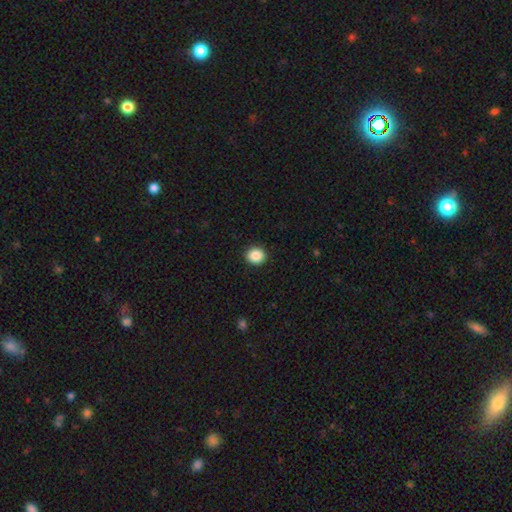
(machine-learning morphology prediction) smooth-or-featured: smooth: 88% | star or artifact: 9% | featured or disk: 3%
  how-rounded: round: 84% | in between: 15% | cigar-shaped: 1%
  merging: none: 92% | minor disturbance: 5% | major disturbance: 2% | merger: 1%